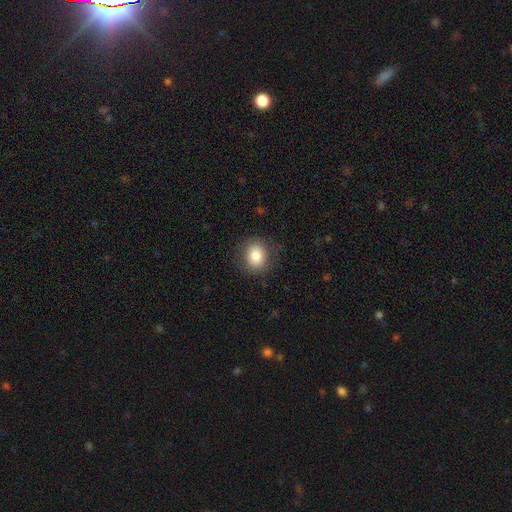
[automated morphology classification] The model was most divided on "how rounded": round: 70%, in between: 29%, cigar-shaped: 1%. More confident: merging — none (85%); smooth or featured — smooth (83%).